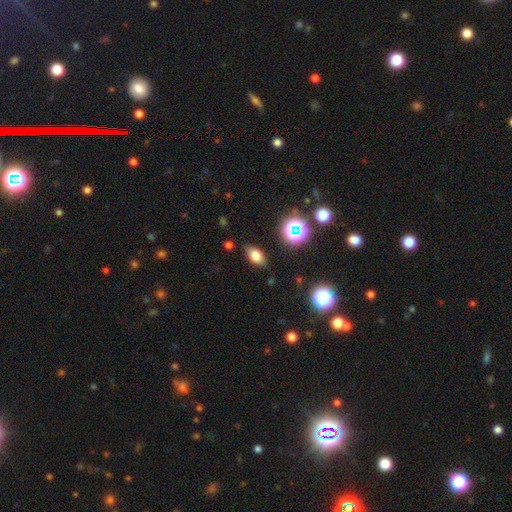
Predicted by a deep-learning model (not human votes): Overall: smooth (75%). How rounded: in between (86%). Merging: none (83%).